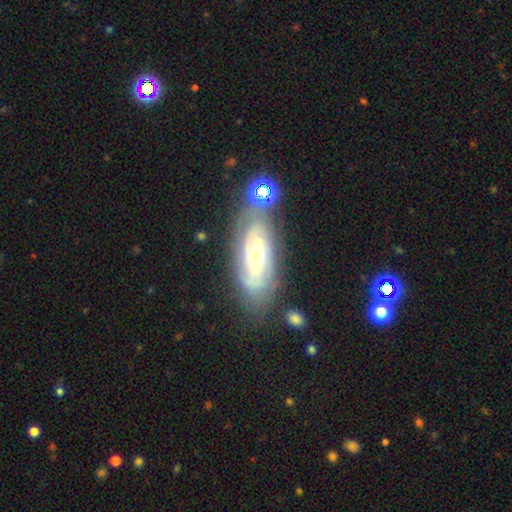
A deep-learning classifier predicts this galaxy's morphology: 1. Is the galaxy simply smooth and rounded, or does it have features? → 73% featured or disk, 20% smooth, 7% star or artifact.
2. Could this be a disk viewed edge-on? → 89% no, 11% yes.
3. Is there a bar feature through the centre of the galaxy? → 72% no, 22% weak, 7% strong.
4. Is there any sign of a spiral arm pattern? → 84% yes, 16% no.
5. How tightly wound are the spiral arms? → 70% tight, 23% medium, 7% loose.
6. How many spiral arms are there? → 53% can't tell, 27% 2, 9% 3, 4% 4, 4% 1, 3% more than 4.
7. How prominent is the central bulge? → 51% small, 44% moderate, 3% large, 1% none, 1% dominant.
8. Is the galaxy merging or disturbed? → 69% none, 18% minor disturbance, 7% merger, 6% major disturbance.